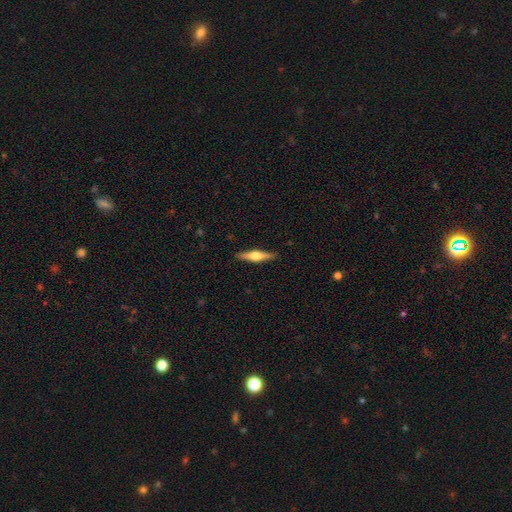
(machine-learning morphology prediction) smooth-or-featured: featured or disk: 64% | smooth: 31% | star or artifact: 6%
  disk-edge-on: yes: 97% | no: 3%
    edge-on-bulge: rounded: 92% | boxy: 5% | none: 2%
  merging: none: 90% | minor disturbance: 7% | major disturbance: 2% | merger: 1%